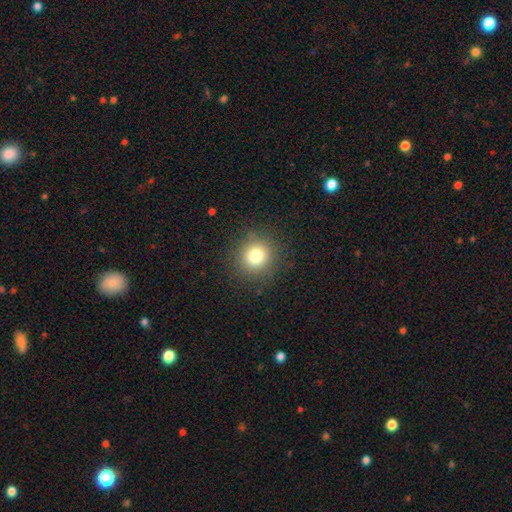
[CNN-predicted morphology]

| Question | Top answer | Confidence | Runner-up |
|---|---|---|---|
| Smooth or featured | smooth | 78% | star or artifact (14%) |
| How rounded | round | 91% | in between (8%) |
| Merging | none | 89% | minor disturbance (7%) |